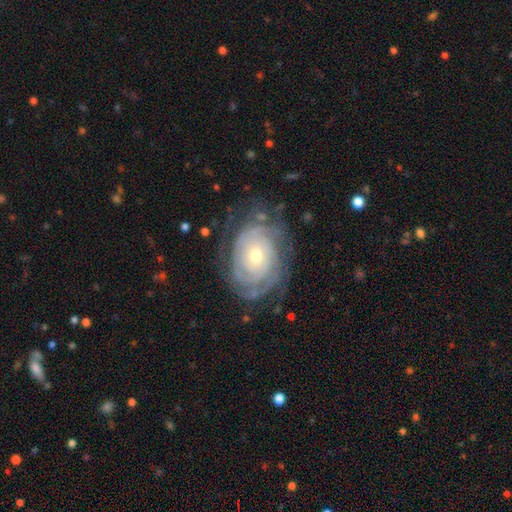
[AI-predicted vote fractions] Smooth or featured? Predicted: featured or disk (p=0.84). Edge-on disk? Predicted: no (p=0.97). Bar? Predicted: no (p=0.80). Spiral arms? Predicted: yes (p=0.94). Spiral winding? Predicted: tight (p=0.80). Spiral arm count? Predicted: can't tell (p=0.42). Bulge size? Predicted: small (p=0.54). Merging? Predicted: none (p=0.71).